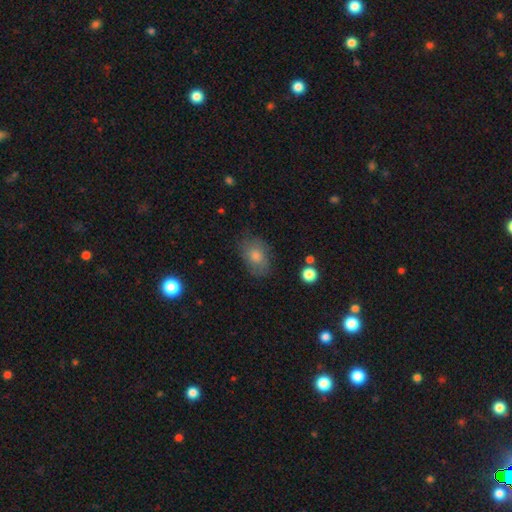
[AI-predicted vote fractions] Overall: smooth (65%). How rounded: in between (78%). Merging: none (77%).